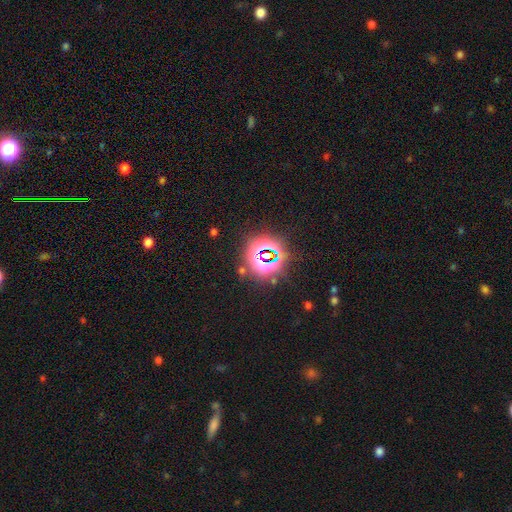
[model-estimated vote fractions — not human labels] Q: Smooth or featured?
A: star or artifact (76%); runner-up: smooth (16%)